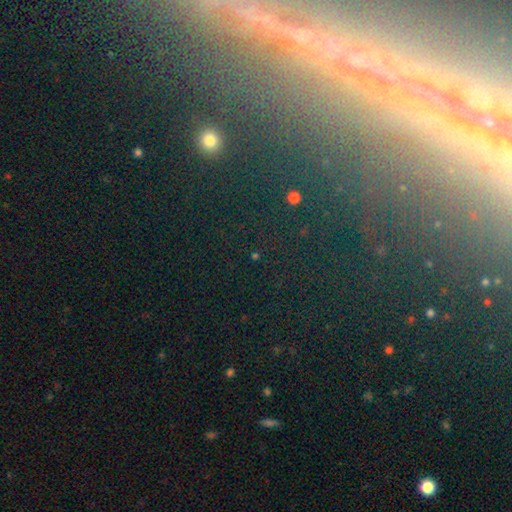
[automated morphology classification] This is likely a star or artifact rather than a galaxy (70%).